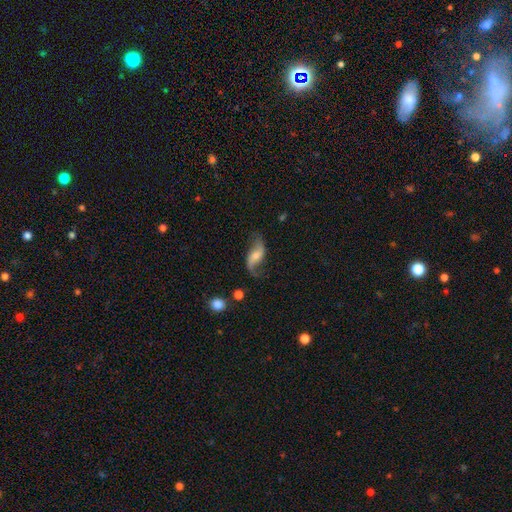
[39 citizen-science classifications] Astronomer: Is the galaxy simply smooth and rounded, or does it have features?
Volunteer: featured or disk — 85%.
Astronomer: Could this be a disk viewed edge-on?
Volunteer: no — 97%.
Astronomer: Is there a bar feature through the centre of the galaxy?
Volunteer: no — 53% (runner-up: weak, 34%).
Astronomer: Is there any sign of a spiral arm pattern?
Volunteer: yes — 94%.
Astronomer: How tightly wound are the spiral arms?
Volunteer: loose — 87%.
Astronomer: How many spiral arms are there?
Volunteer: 2 — 93%.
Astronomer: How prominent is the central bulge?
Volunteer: moderate — 53% (runner-up: small, 47%).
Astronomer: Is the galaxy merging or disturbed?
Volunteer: none — 73%.